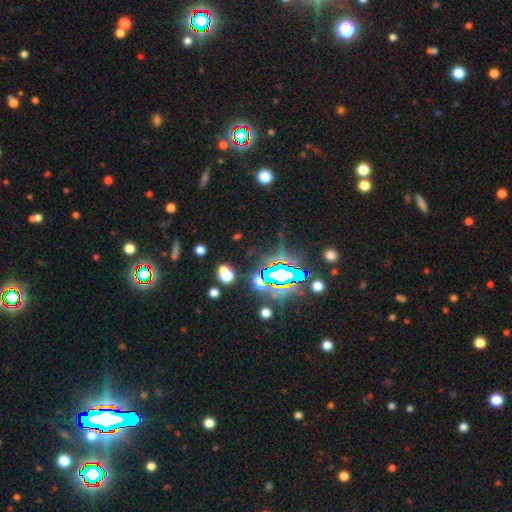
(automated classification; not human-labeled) A star or artifact, not a galaxy (81%).

Vote fractions:
- Smooth or featured? star or artifact: 81% / smooth: 10% / featured or disk: 9%